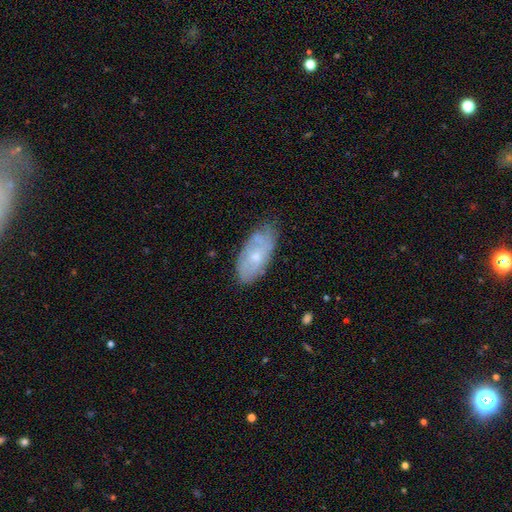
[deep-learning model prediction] This appears to be a featured or disk galaxy (50%). Merging: none (66%).